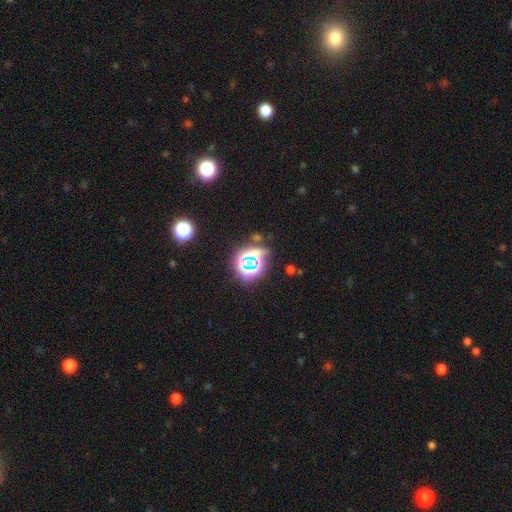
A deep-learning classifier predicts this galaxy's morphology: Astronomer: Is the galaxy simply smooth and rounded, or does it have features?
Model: star or artifact — 71%.